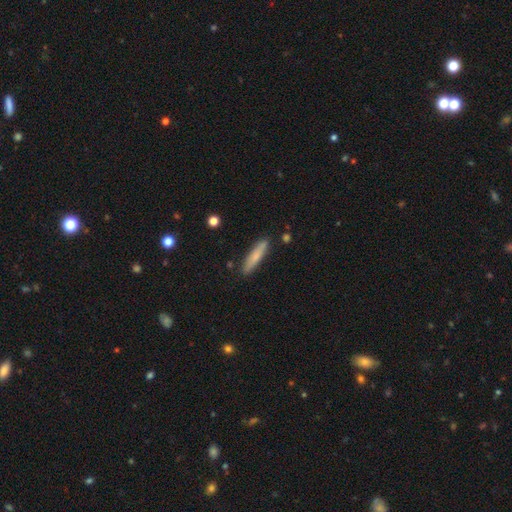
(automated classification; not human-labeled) smooth-or-featured: smooth: 74% | featured or disk: 20% | star or artifact: 6%
  how-rounded: cigar-shaped: 86% | in between: 12% | round: 1%
  merging: none: 87% | minor disturbance: 9% | merger: 2% | major disturbance: 2%